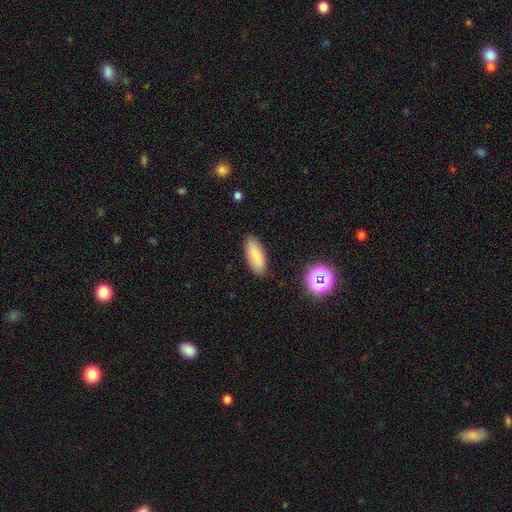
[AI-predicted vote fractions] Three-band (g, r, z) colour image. It shows a smooth galaxy with no disk features (82%) that is in between round and cigar-shaped (76%). Merging: none (86%).